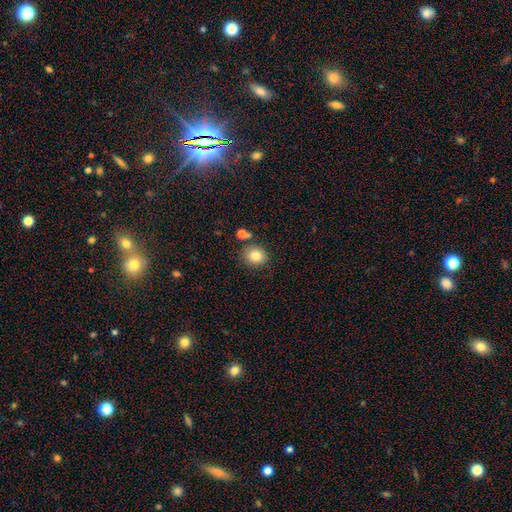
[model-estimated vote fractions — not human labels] A smooth galaxy with no disk features (81%) that is round (81%). Merging: none (78%).